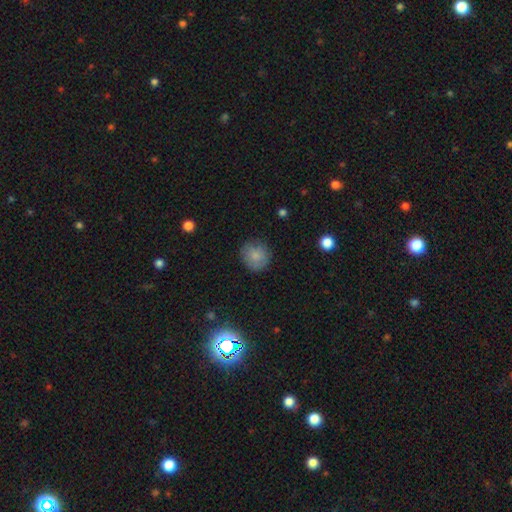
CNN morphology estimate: Q: Smooth or featured?
A: smooth (81%); runner-up: featured or disk (10%)
Q: How rounded?
A: round (88%); runner-up: in between (11%)
Q: Merging?
A: none (80%); runner-up: minor disturbance (15%)